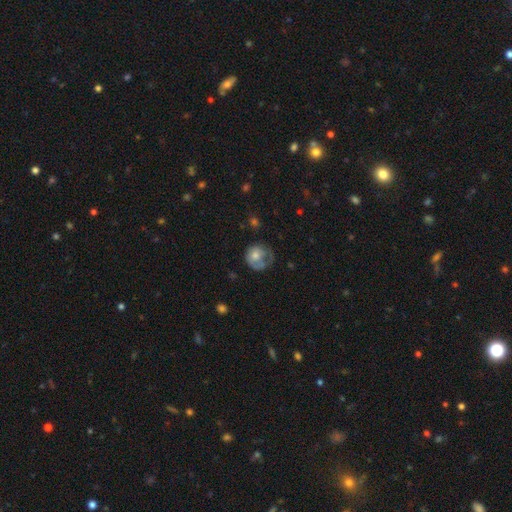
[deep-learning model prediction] This is likely a smooth galaxy (60%). How rounded: likely round (77%). Merging: marginally none (35%).